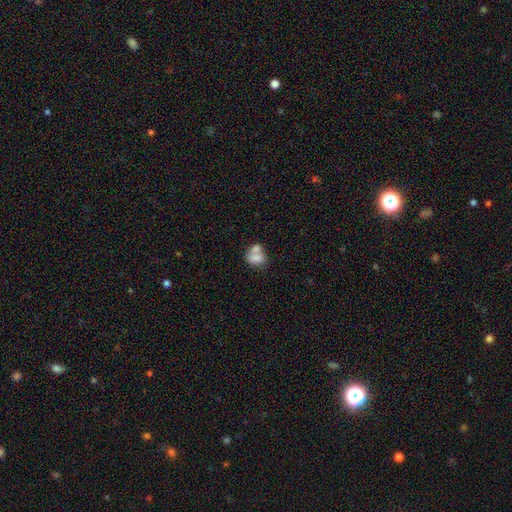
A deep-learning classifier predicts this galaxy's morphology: smooth-or-featured: smooth: 75% | featured or disk: 17% | star or artifact: 9%
  how-rounded: in between: 52% | round: 46% | cigar-shaped: 1%
  merging: merger: 53% | none: 31% | minor disturbance: 11% | major disturbance: 5%